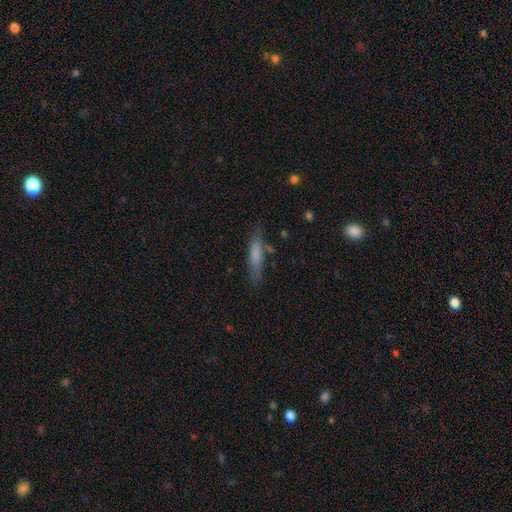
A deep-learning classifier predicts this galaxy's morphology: Smooth or featured: smooth — 66% (featured or disk — 26%)
How rounded: cigar-shaped — 85% (in between — 13%)
Merging: none — 75% (minor disturbance — 17%)